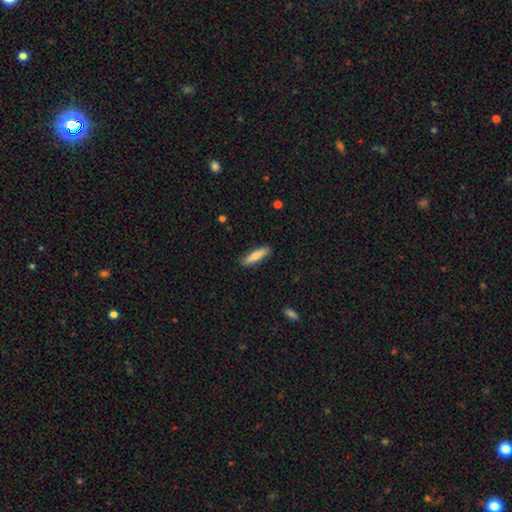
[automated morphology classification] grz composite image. It shows a smooth galaxy with no disk features (74%) that is cigar-shaped (76%). Merging: none (88%).